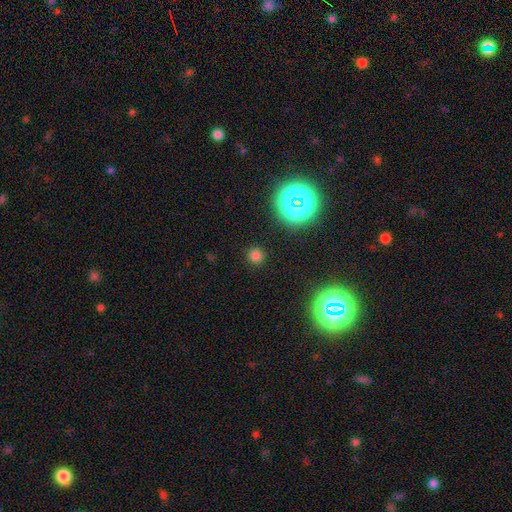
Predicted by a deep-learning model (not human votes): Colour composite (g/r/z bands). It shows a smooth galaxy with no disk features (71%) that is round (93%). Merging: none (89%).